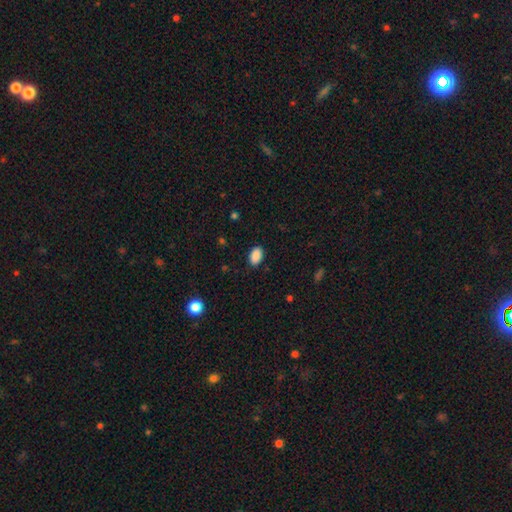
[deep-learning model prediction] Overall: smooth (90%). How rounded: in between (91%). Merging: none (88%).